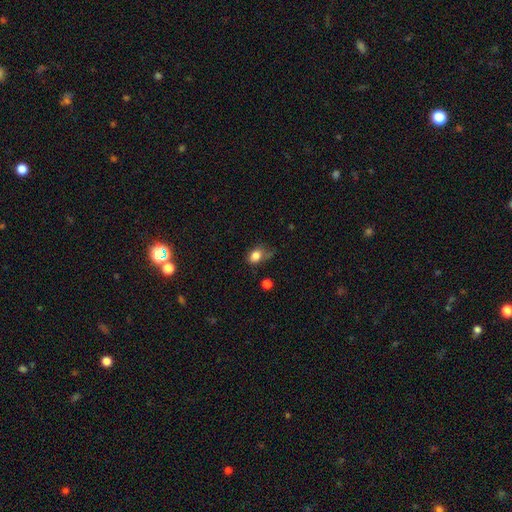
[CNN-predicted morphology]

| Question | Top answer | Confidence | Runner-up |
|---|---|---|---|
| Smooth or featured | smooth | 82% | star or artifact (11%) |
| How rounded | in between | 58% | round (41%) |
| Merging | none | 49% | minor disturbance (34%) |